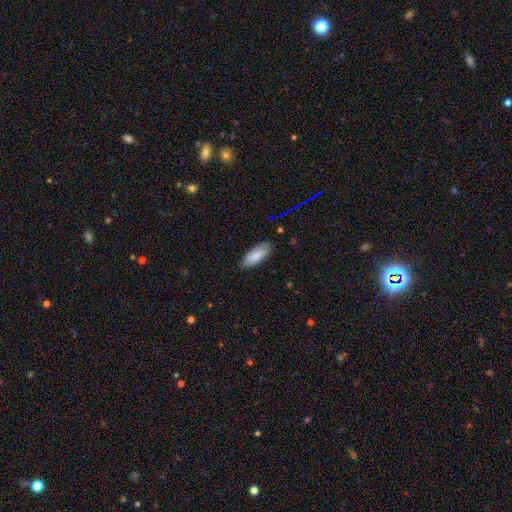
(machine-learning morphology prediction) type=smooth (84%); roundness=in between (84%); merging=none (82%).